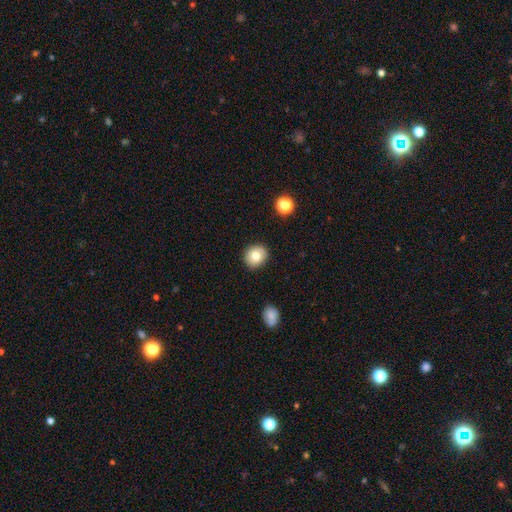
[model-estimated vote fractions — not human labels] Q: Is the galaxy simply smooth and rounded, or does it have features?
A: smooth — 79%.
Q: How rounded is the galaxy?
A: round — 77%.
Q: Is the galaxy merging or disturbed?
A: none — 89%.